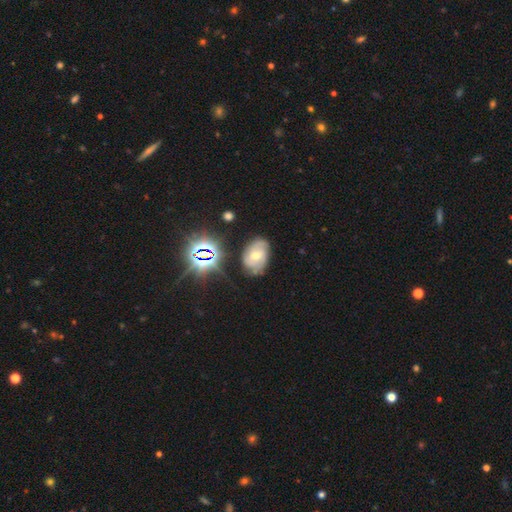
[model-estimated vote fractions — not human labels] Smooth or featured? featured or disk (54%)
Edge-on disk? no (95%)
Bar? no (58%)
Spiral arms? yes (79%)
Bulge size? moderate (60%)
Merging? none (69%)